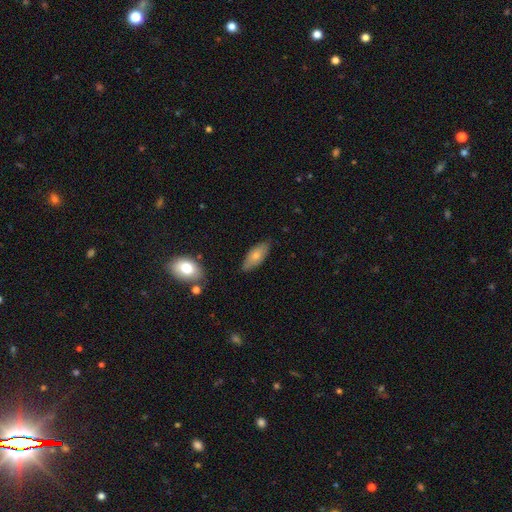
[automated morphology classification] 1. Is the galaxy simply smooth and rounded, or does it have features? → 70% smooth, 24% featured or disk, 7% star or artifact.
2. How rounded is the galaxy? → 84% in between, 13% cigar-shaped, 3% round.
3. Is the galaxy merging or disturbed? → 78% none, 17% minor disturbance, 3% major disturbance, 2% merger.